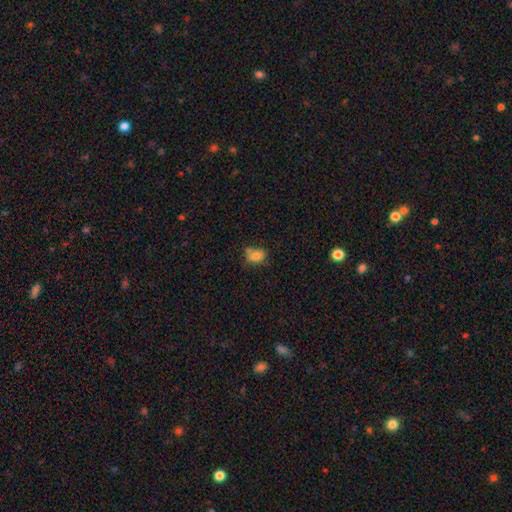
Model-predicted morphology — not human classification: This is likely a smooth galaxy (75%). How rounded: possibly in between (58%). Merging: possibly none (52%).